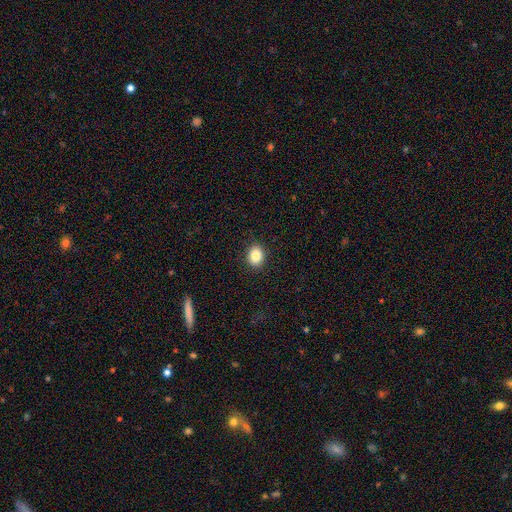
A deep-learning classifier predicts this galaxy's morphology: smooth 85%, star or artifact 9%, featured or disk 6%. Down the decision tree: how rounded — in between (51%); merging — none (90%).